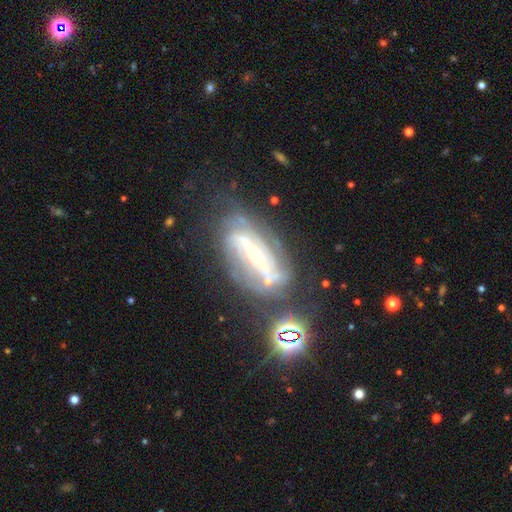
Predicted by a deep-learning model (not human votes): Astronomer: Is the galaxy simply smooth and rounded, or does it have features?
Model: featured or disk — 79%.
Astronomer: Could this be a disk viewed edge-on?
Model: no — 84%.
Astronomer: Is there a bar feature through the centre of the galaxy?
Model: strong — 60%.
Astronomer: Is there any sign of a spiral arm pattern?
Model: yes — 86%.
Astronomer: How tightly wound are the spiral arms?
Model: tight — 47% (runner-up: medium, 36%).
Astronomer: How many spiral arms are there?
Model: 2 — 47% (runner-up: can't tell, 33%).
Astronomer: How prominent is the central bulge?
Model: small — 60%.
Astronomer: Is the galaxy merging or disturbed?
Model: none — 58%.